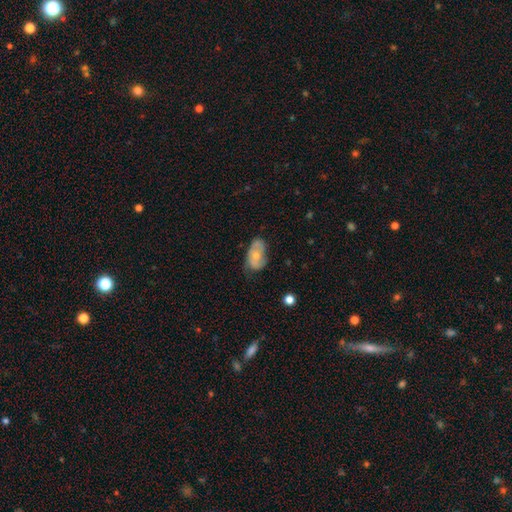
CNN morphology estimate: A smooth galaxy with no disk features (54%) that is in between round and cigar-shaped (91%).

Vote fractions:
- Smooth or featured? smooth: 54% / featured or disk: 39% / star or artifact: 7%
- How rounded? in between: 91% / round: 7% / cigar-shaped: 2%
- Merging? none: 50% / minor disturbance: 35% / major disturbance: 12% / merger: 2%